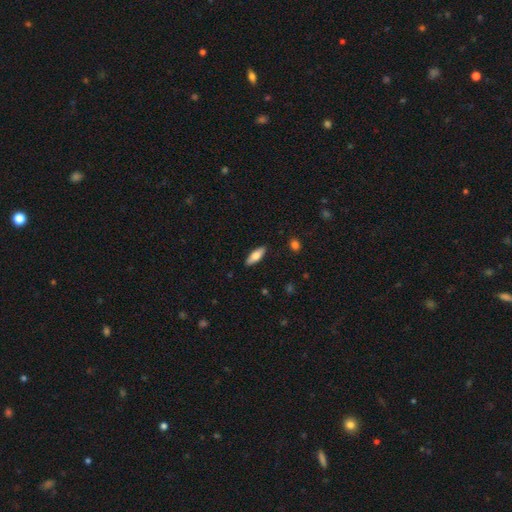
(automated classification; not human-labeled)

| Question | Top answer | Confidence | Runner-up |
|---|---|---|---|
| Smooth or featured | smooth | 69% | featured or disk (25%) |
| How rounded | in between | 62% | cigar-shaped (36%) |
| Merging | none | 89% | minor disturbance (9%) |